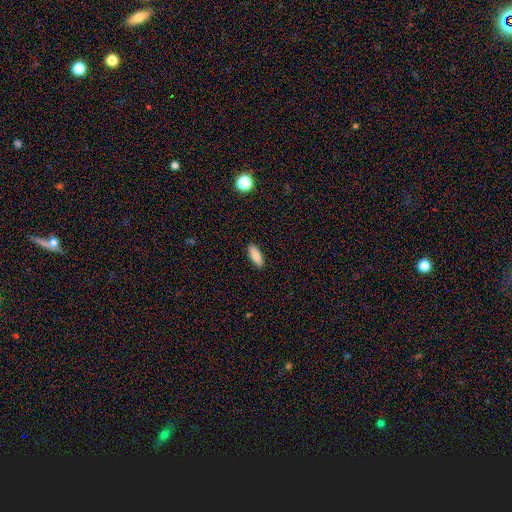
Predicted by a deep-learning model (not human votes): This appears to be a smooth galaxy with no disk features (82%) that is in between round and cigar-shaped (75%). Merging: none (90%).